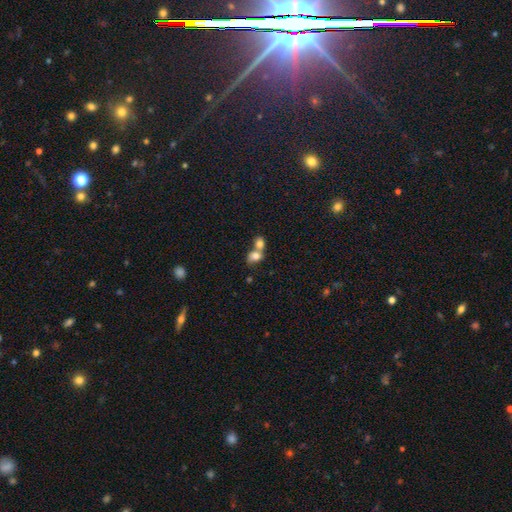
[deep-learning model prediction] Smooth or featured: smooth — 75% (featured or disk — 15%)
How rounded: in between — 55% (round — 43%)
Merging: merger — 71% (none — 19%)